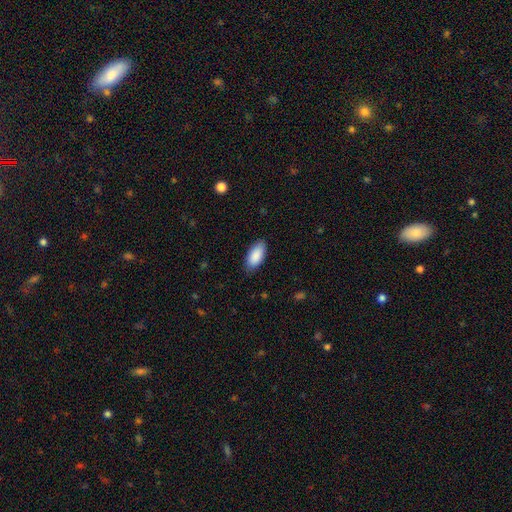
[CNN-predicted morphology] Smooth or featured: smooth — 89% (star or artifact — 6%)
How rounded: in between — 92% (cigar-shaped — 6%)
Merging: none — 83% (minor disturbance — 13%)